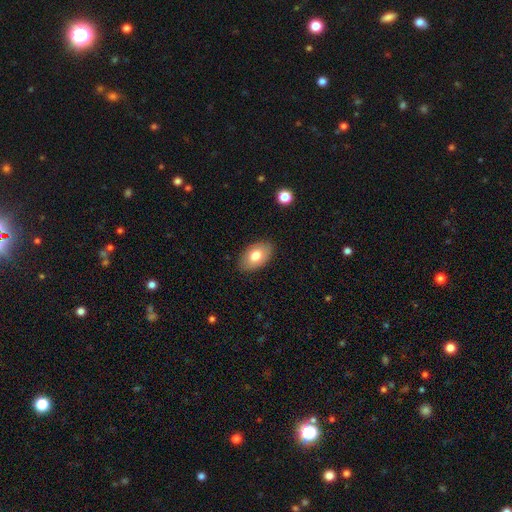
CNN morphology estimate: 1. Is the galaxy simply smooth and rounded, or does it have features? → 76% smooth, 17% featured or disk, 7% star or artifact.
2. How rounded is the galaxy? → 92% in between, 7% round, 1% cigar-shaped.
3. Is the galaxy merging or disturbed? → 86% none, 11% minor disturbance, 2% major disturbance, 1% merger.